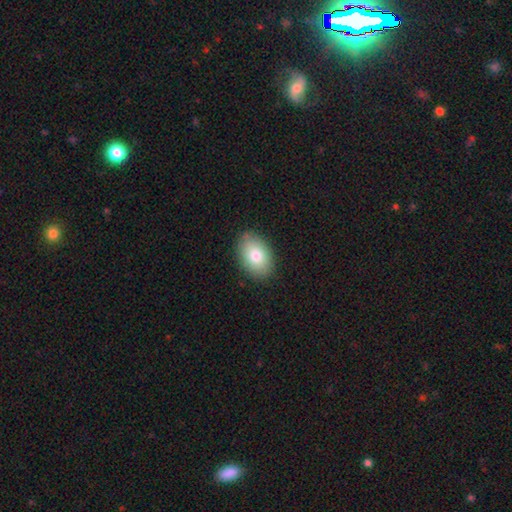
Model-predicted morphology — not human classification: type=smooth (80%); roundness=in between (86%); merging=none (87%).